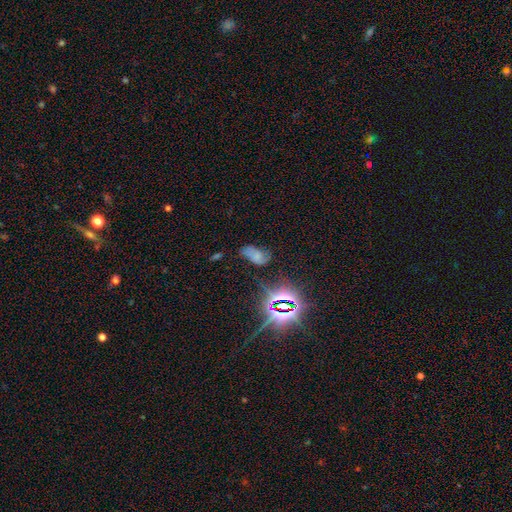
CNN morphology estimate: A smooth galaxy with no disk features (45%).

Vote fractions:
- Smooth or featured? smooth: 45% / featured or disk: 28% / star or artifact: 27%
- Merging? none: 48% / minor disturbance: 30% / major disturbance: 17% / merger: 5%